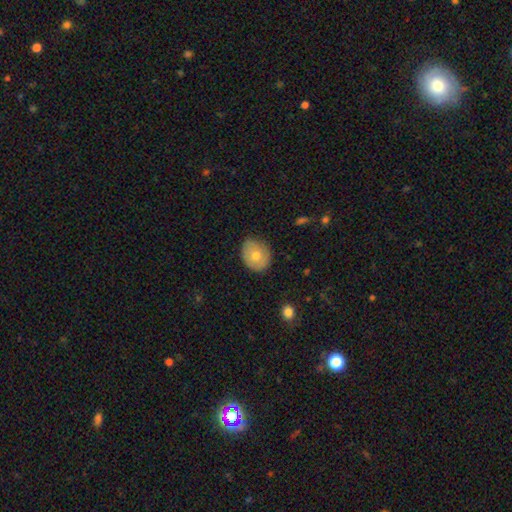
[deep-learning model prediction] Smooth or featured? smooth (68%)
How rounded? round (58%)
Merging? none (82%)